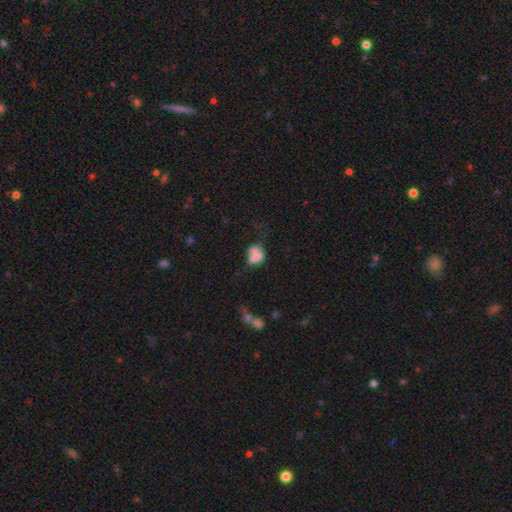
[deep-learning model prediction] Smooth or featured? Predicted: smooth (p=0.60). How rounded? Predicted: in between (p=0.65). Merging? Predicted: merger (p=0.42).